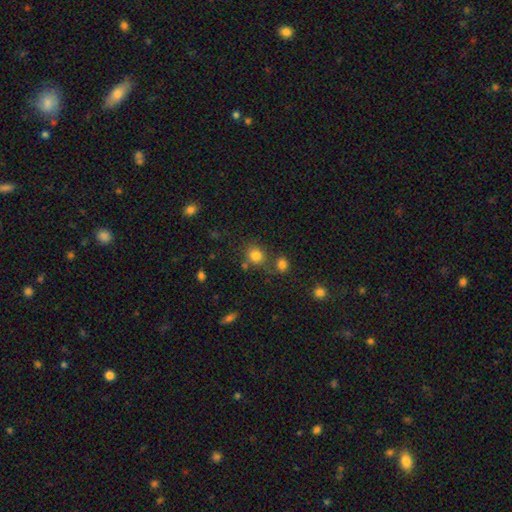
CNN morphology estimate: Q: Smooth or featured?
A: smooth (80%); runner-up: star or artifact (13%)
Q: How rounded?
A: round (76%); runner-up: in between (23%)
Q: Merging?
A: none (66%); runner-up: merger (18%)